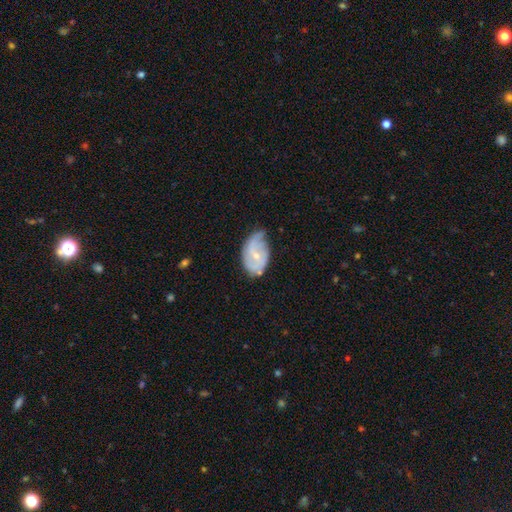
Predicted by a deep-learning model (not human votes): smooth-or-featured: featured or disk: 66% | smooth: 28% | star or artifact: 6%
  disk-edge-on: no: 96% | yes: 4%
    bar: no: 52% | weak: 40% | strong: 8%
    has-spiral-arms: yes: 84% | no: 16%
      spiral-winding: medium: 39% | tight: 32% | loose: 29%
      spiral-arm-count: 2: 51% | can't tell: 24% | 1: 13% | 3: 7% | 4: 2% | more than 4: 2%
    bulge-size: small: 65% | moderate: 31% | none: 2% | large: 1% | dominant: 1%
  merging: none: 43% | minor disturbance: 41% | major disturbance: 14% | merger: 3%